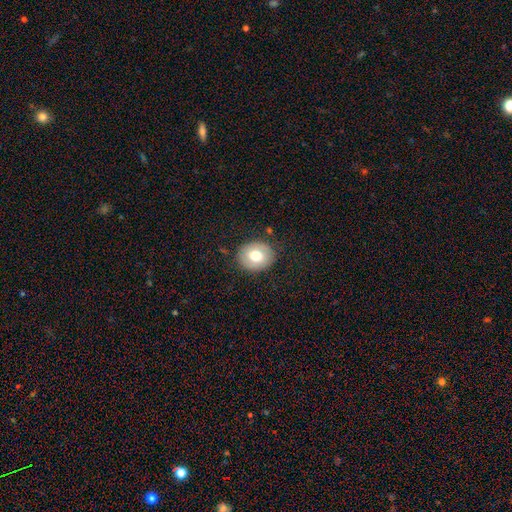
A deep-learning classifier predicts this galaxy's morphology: A smooth galaxy with no disk features (68%) that is round (60%).

Vote fractions:
- Smooth or featured? smooth: 68% / featured or disk: 24% / star or artifact: 8%
- How rounded? round: 60% / in between: 39% / cigar-shaped: 1%
- Merging? none: 83% / minor disturbance: 12% / major disturbance: 4% / merger: 1%